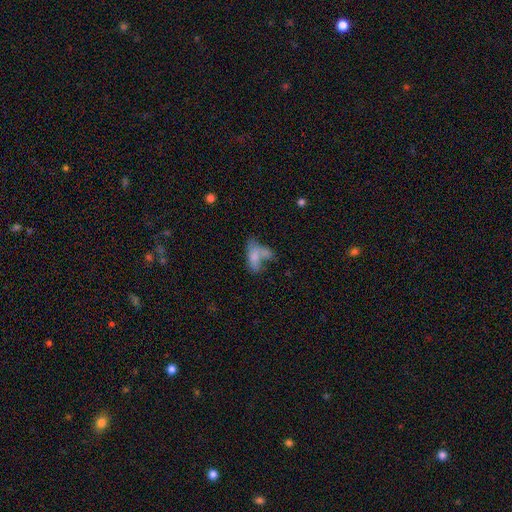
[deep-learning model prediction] Smooth or featured? smooth (67%)
How rounded? in between (81%)
Merging? merger (44%)